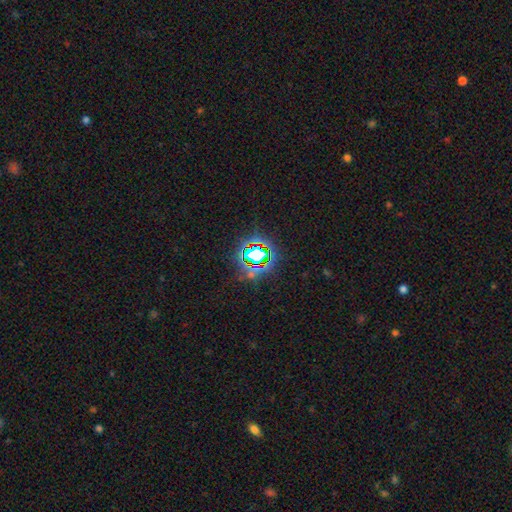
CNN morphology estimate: star or artifact 72%, smooth 17%, featured or disk 12%.